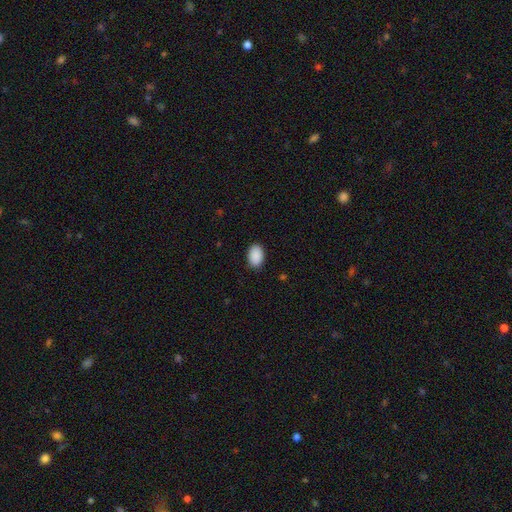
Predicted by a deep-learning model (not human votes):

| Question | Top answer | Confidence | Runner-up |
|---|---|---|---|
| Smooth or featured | smooth | 91% | star or artifact (7%) |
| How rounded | in between | 91% | round (8%) |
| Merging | none | 89% | minor disturbance (8%) |